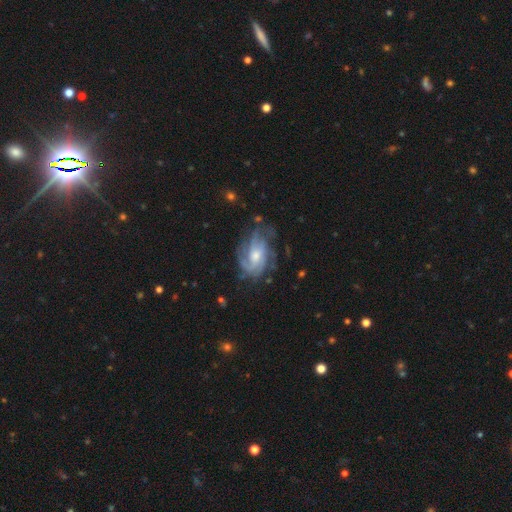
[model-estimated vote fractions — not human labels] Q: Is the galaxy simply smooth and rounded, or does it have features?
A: featured or disk — 85%.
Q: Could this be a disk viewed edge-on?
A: no — 97%.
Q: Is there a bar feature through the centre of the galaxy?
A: no — 58%.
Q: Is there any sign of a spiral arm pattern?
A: yes — 95%.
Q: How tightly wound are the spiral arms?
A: tight — 47%.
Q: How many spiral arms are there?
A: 3 — 30%.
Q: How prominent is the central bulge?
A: moderate — 57%.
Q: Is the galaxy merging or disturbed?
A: none — 65%.